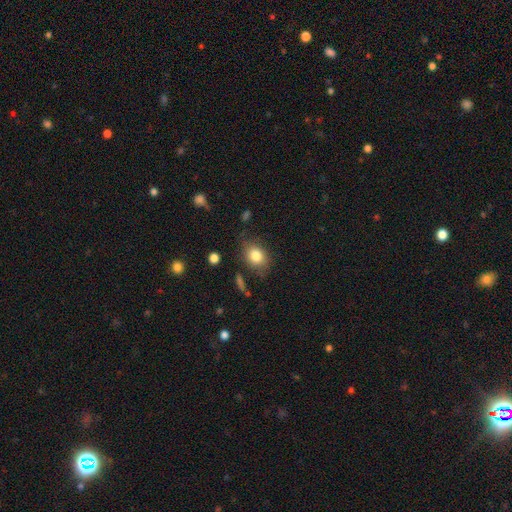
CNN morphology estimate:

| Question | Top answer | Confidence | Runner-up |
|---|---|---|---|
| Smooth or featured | smooth | 82% | featured or disk (9%) |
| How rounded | in between | 60% | round (39%) |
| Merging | none | 74% | minor disturbance (18%) |